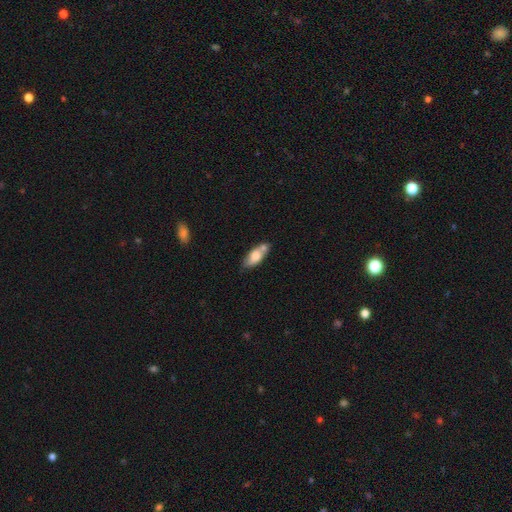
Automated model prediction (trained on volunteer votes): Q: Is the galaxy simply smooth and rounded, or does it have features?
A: smooth — 71%.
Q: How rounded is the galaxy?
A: in between — 75%.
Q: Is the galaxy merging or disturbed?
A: none — 51%.